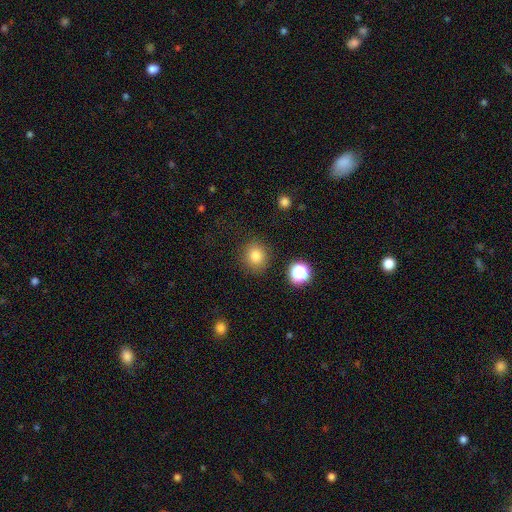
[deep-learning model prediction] Q: Smooth or featured?
A: smooth (82%); runner-up: star or artifact (12%)
Q: How rounded?
A: round (82%); runner-up: in between (17%)
Q: Merging?
A: none (86%); runner-up: minor disturbance (8%)